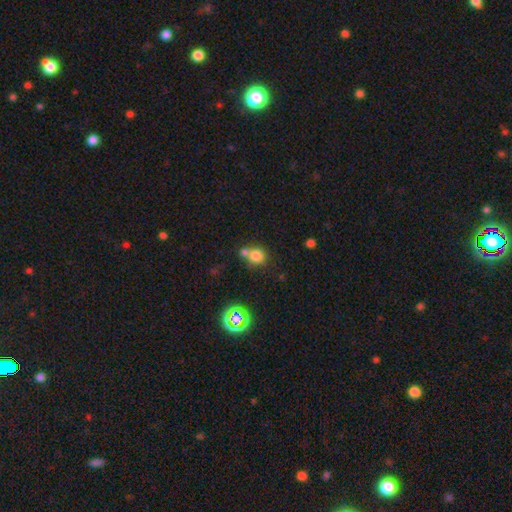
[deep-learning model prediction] smooth_or_featured: smooth (p=0.76) [alt: star or artifact p=0.15]
how_rounded: round (p=0.79) [alt: in between p=0.20]
merging: none (p=0.52) [alt: merger p=0.34]